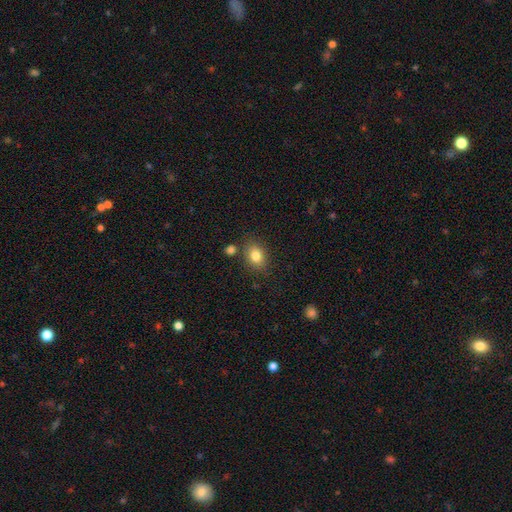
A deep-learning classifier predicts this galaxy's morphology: Smooth or featured?
  - smooth: 82% *
  - star or artifact: 9%
  - featured or disk: 8%
How rounded?
  - in between: 71% *
  - round: 28%
  - cigar-shaped: 1%
Merging?
  - none: 77% *
  - minor disturbance: 13%
  - merger: 7%
  - major disturbance: 3%